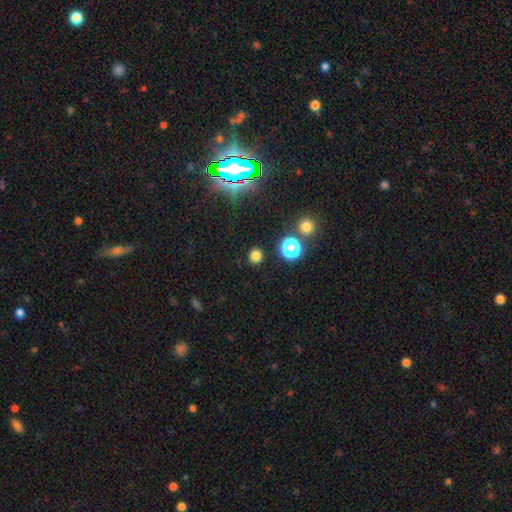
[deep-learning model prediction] Smooth or featured?
  - smooth: 77% *
  - star or artifact: 19%
  - featured or disk: 4%
How rounded?
  - round: 88% *
  - in between: 11%
  - cigar-shaped: 1%
Merging?
  - none: 89% *
  - minor disturbance: 6%
  - major disturbance: 2%
  - merger: 2%